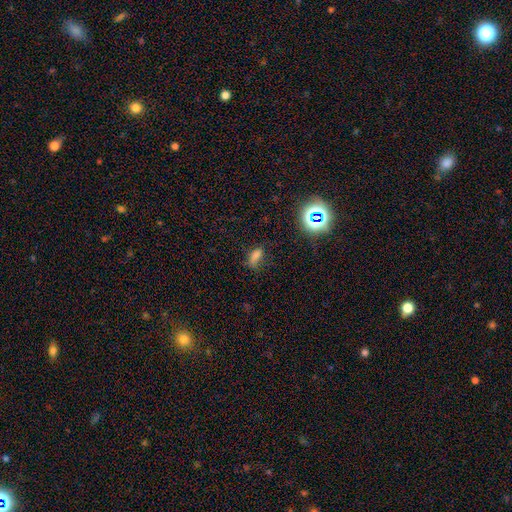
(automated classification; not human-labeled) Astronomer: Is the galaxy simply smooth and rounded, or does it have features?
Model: smooth — 70%.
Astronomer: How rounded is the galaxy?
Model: in between — 79%.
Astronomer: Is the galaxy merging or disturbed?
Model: none — 59%.